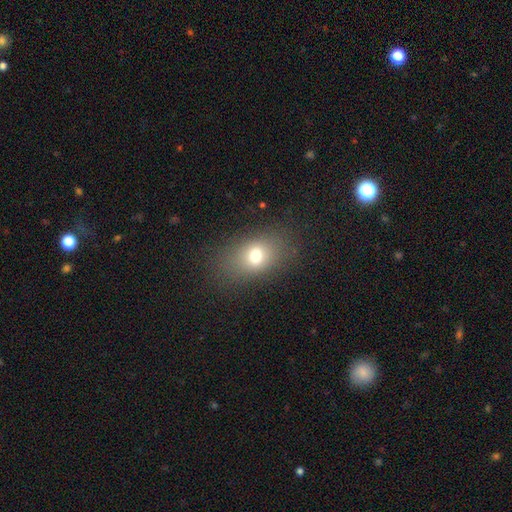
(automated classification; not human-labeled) Smooth or featured? smooth (72%)
How rounded? in between (74%)
Merging? none (81%)